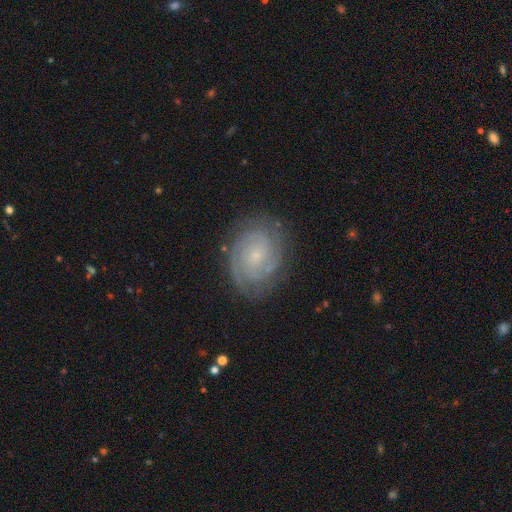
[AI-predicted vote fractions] Smooth or featured?
  - featured or disk: 81% *
  - smooth: 12%
  - star or artifact: 7%
Edge-on disk?
  - no: 97% *
  - yes: 3%
Bar?
  - no: 72% *
  - weak: 24%
  - strong: 4%
Spiral arms?
  - yes: 96% *
  - no: 4%
Spiral winding?
  - tight: 72% *
  - medium: 23%
  - loose: 5%
Spiral arm count?
  - 2: 39% *
  - can't tell: 26%
  - 3: 18%
  - 4: 7%
  - 1: 5%
  - more than 4: 5%
Bulge size?
  - small: 75% *
  - moderate: 17%
  - none: 6%
  - large: 1%
  - dominant: 1%
Merging?
  - none: 80% *
  - minor disturbance: 15%
  - major disturbance: 5%
  - merger: 1%